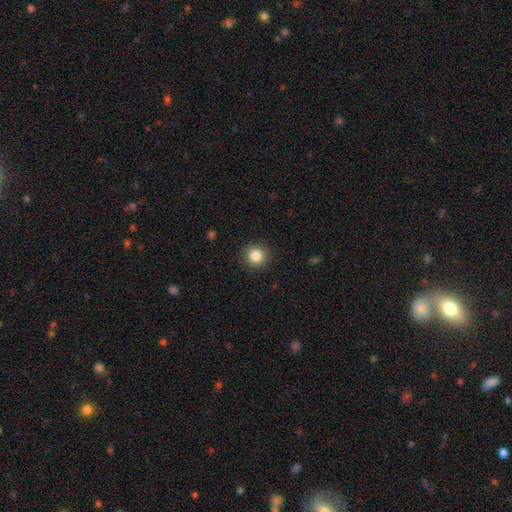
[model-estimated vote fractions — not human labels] A smooth galaxy with no disk features (85%) that is round (93%). Merging: none (91%).